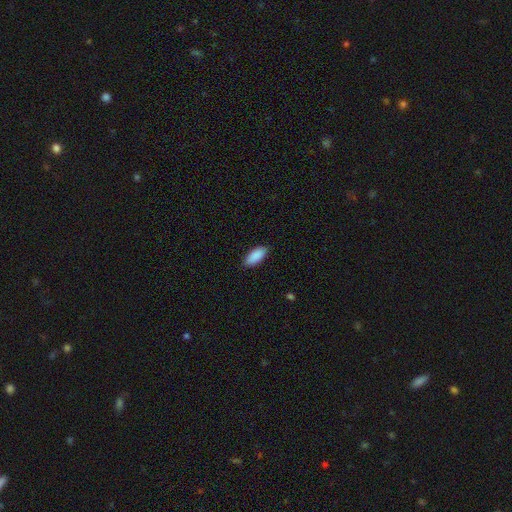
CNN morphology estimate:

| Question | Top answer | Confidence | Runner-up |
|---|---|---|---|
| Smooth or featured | smooth | 91% | star or artifact (6%) |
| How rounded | in between | 86% | cigar-shaped (12%) |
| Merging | none | 88% | minor disturbance (9%) |